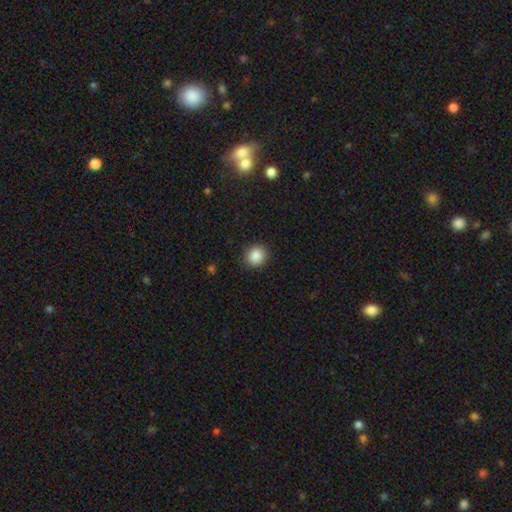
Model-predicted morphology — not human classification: This is clearly a smooth galaxy (87%). How rounded: clearly round (82%). Merging: clearly none (90%).